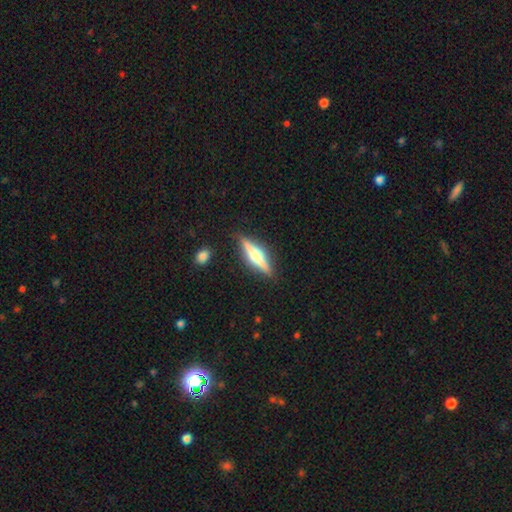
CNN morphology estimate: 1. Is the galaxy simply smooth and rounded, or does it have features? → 73% featured or disk, 21% smooth, 6% star or artifact.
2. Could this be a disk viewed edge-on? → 97% yes, 3% no.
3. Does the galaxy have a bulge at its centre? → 91% rounded, 5% boxy, 3% none.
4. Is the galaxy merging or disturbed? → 88% none, 8% minor disturbance, 2% major disturbance, 2% merger.